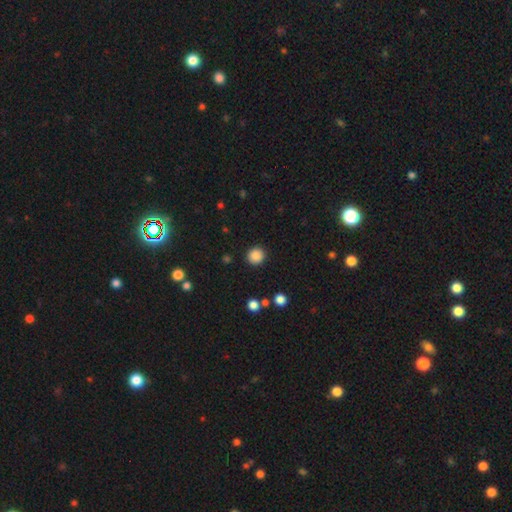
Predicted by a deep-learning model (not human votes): Q: Smooth or featured?
A: smooth (87%); runner-up: star or artifact (10%)
Q: How rounded?
A: round (89%); runner-up: in between (10%)
Q: Merging?
A: none (90%); runner-up: minor disturbance (6%)